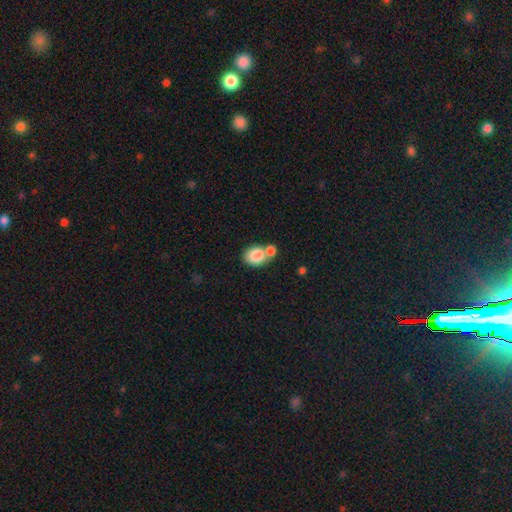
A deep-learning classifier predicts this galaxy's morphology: Smooth or featured: smooth — 82% (featured or disk — 11%)
How rounded: in between — 52% (round — 47%)
Merging: merger — 50% (none — 36%)